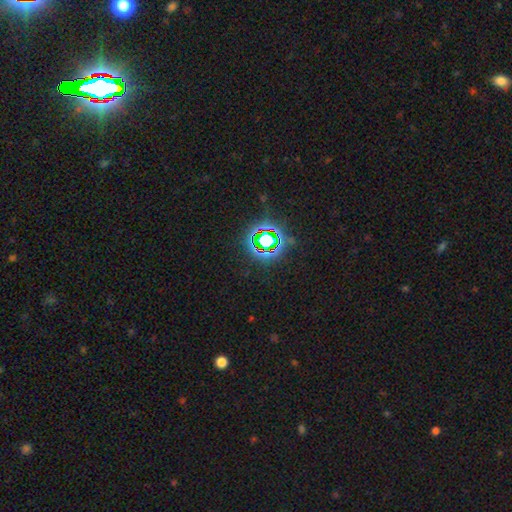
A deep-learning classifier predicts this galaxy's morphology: Overall: star or artifact (79%).